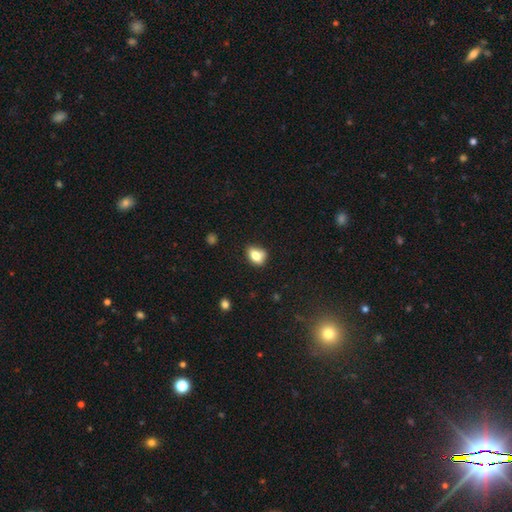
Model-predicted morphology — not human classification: smooth-or-featured: smooth: 80% | featured or disk: 11% | star or artifact: 9%
  how-rounded: in between: 69% | round: 30% | cigar-shaped: 2%
  merging: none: 64% | minor disturbance: 24% | merger: 7% | major disturbance: 5%